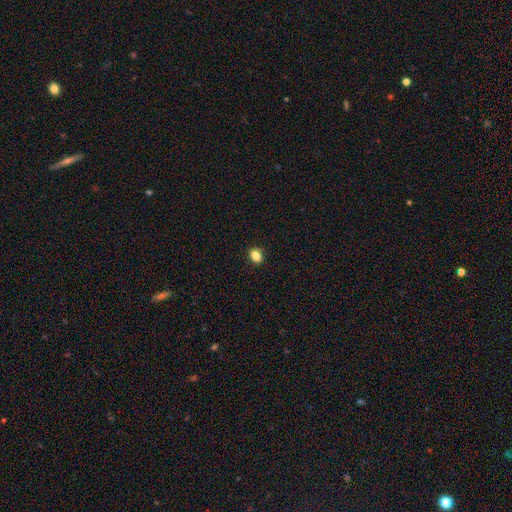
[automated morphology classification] Overall: smooth (84%). How rounded: in between (58%; round 41%). Merging: none (88%).